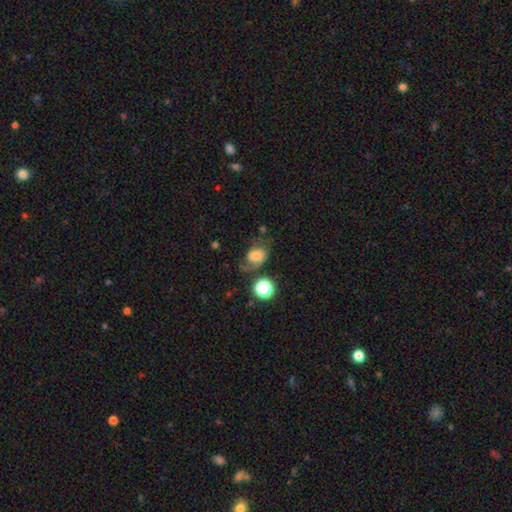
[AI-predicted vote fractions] Smooth or featured? Predicted: smooth (p=0.60). How rounded? Predicted: in between (p=0.64). Merging? Predicted: none (p=0.38).